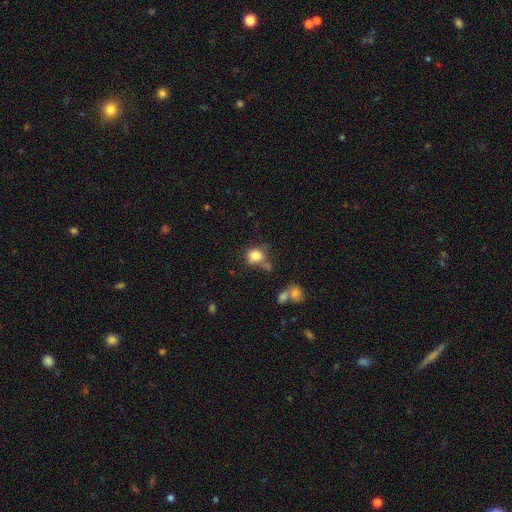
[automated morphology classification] smooth-or-featured: smooth: 82% | star or artifact: 10% | featured or disk: 8%
  how-rounded: round: 69% | in between: 30% | cigar-shaped: 1%
  merging: none: 55% | minor disturbance: 21% | merger: 15% | major disturbance: 9%